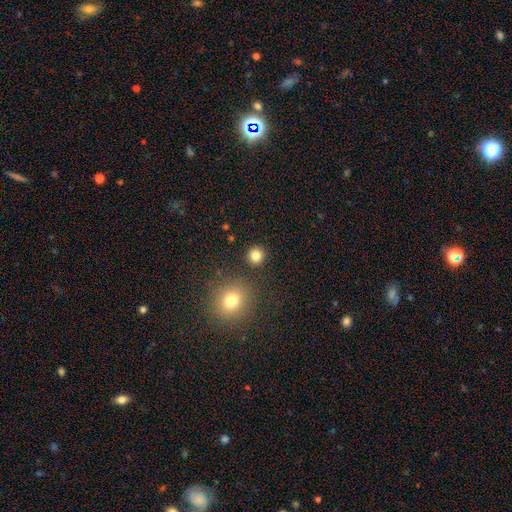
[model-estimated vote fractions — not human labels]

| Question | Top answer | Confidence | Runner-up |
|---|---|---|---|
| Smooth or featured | smooth | 82% | star or artifact (13%) |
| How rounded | round | 93% | in between (6%) |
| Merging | none | 88% | minor disturbance (6%) |